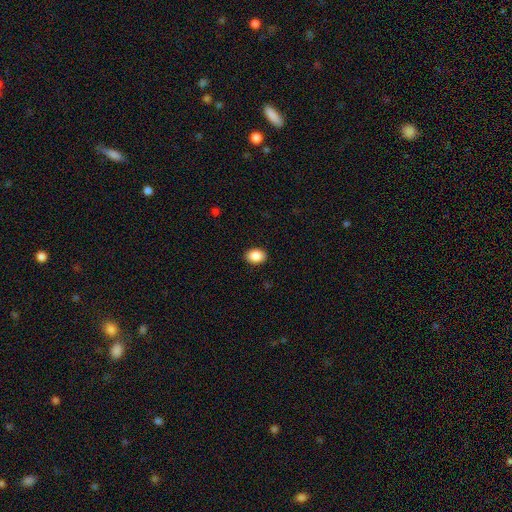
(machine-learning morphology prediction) This appears to be a smooth galaxy with no disk features (89%) that is in between round and cigar-shaped (73%). Merging: none (90%).